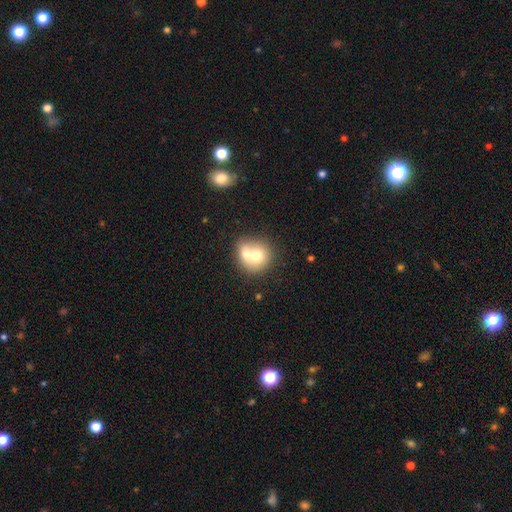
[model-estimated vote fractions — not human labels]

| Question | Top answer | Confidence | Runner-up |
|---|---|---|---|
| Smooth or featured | smooth | 67% | featured or disk (24%) |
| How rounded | round | 78% | in between (21%) |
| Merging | merger | 63% | none (28%) |